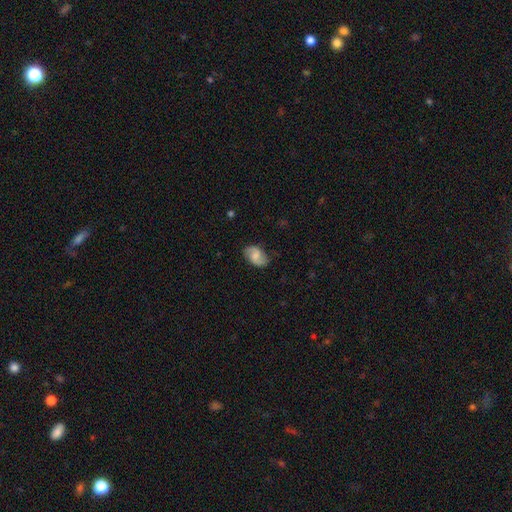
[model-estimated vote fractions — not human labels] Smooth or featured? Predicted: featured or disk (p=0.53). Edge-on disk? Predicted: no (p=0.97). Bar? Predicted: weak (p=0.46). Spiral arms? Predicted: yes (p=0.91). Bulge size? Predicted: moderate (p=0.34). Merging? Predicted: none (p=0.78).